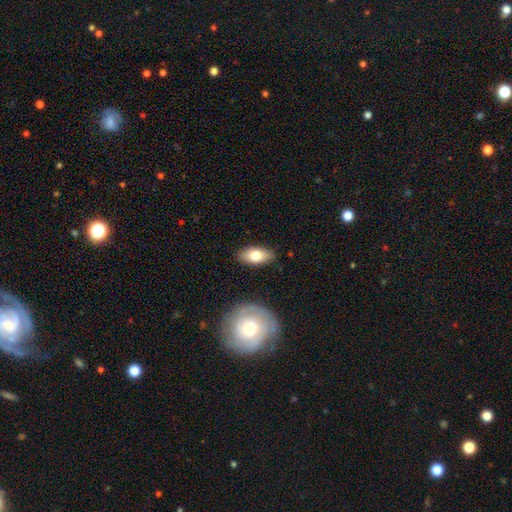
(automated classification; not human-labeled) Q: Smooth or featured?
A: smooth (73%); runner-up: featured or disk (21%)
Q: How rounded?
A: in between (89%); runner-up: cigar-shaped (7%)
Q: Merging?
A: none (86%); runner-up: minor disturbance (10%)